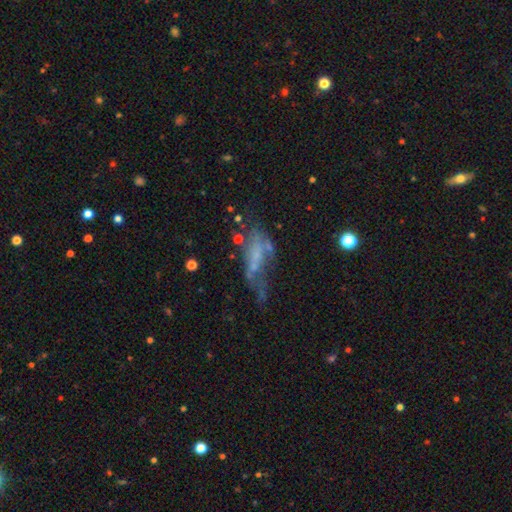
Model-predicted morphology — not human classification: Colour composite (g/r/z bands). It shows a featured or disk galaxy (52%). Merging: major disturbance (38%).